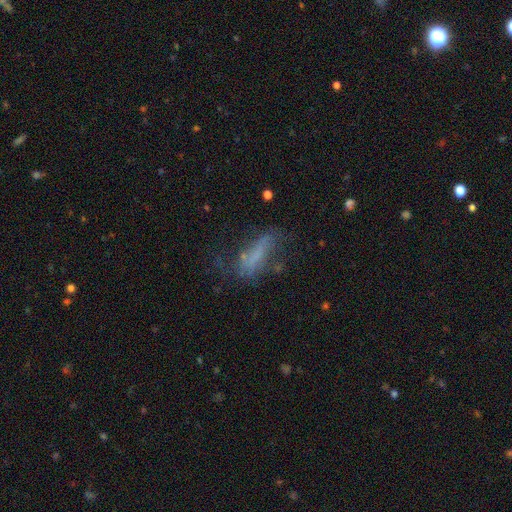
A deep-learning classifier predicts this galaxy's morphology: This appears to be a smooth galaxy with no disk features (48%). Merging: none (38%).